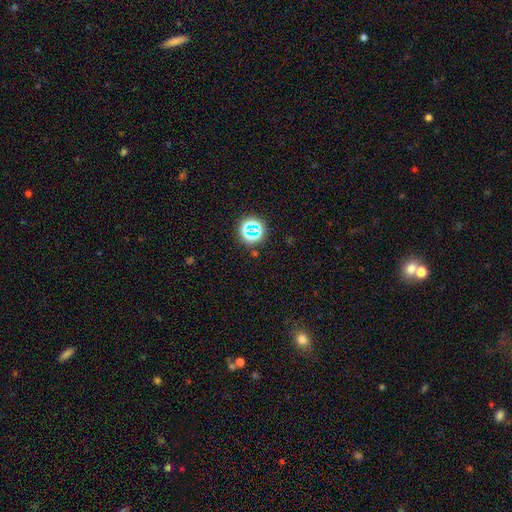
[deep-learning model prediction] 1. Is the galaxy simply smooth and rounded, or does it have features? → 67% star or artifact, 25% smooth, 9% featured or disk.